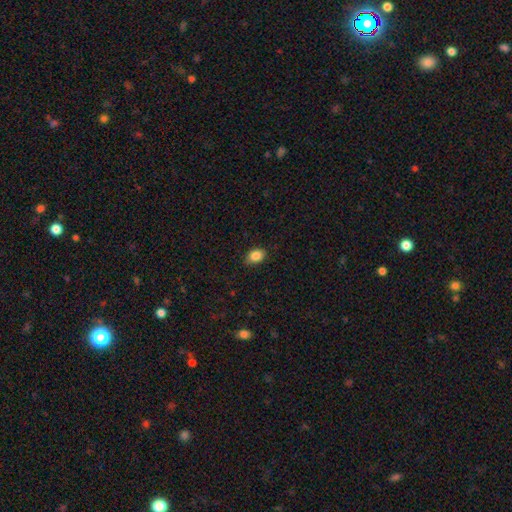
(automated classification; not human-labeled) Q: Smooth or featured?
A: smooth (87%); runner-up: star or artifact (9%)
Q: How rounded?
A: in between (76%); runner-up: round (22%)
Q: Merging?
A: none (82%); runner-up: minor disturbance (15%)